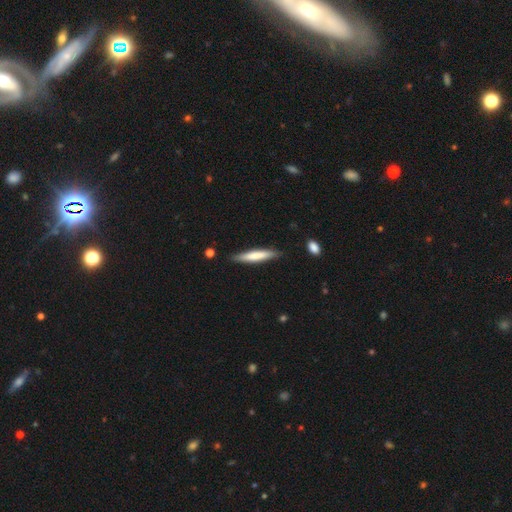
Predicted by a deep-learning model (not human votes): A smooth galaxy with no disk features (69%) that is cigar-shaped (91%). Merging: none (87%).